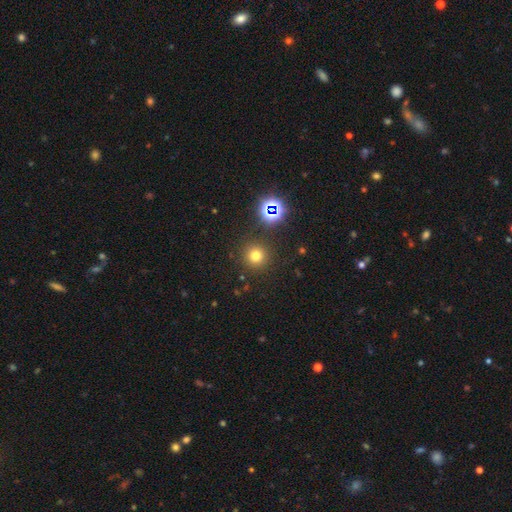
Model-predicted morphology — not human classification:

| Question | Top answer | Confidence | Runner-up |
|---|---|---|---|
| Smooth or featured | smooth | 71% | star or artifact (22%) |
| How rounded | round | 95% | in between (4%) |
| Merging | none | 88% | minor disturbance (6%) |